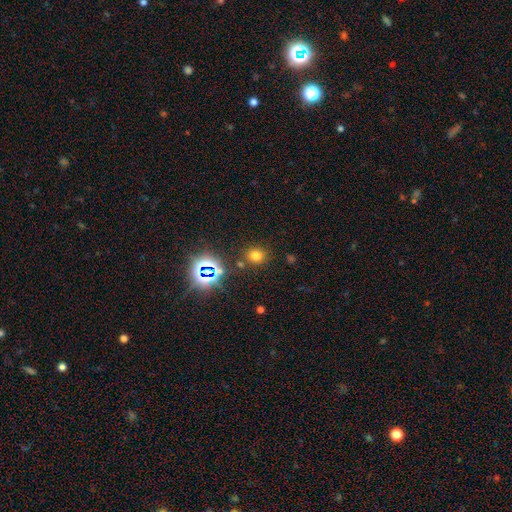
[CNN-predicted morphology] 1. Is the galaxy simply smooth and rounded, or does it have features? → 67% smooth, 26% star or artifact, 8% featured or disk.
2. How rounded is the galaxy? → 79% round, 19% in between, 1% cigar-shaped.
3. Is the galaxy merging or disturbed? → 82% none, 9% minor disturbance, 5% merger, 4% major disturbance.